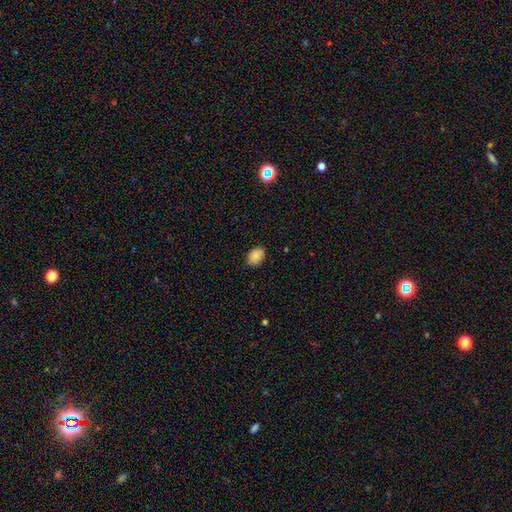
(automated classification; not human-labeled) smooth_or_featured: smooth (p=0.87) [alt: star or artifact p=0.08]
how_rounded: in between (p=0.79) [alt: round p=0.20]
merging: none (p=0.86) [alt: minor disturbance p=0.11]